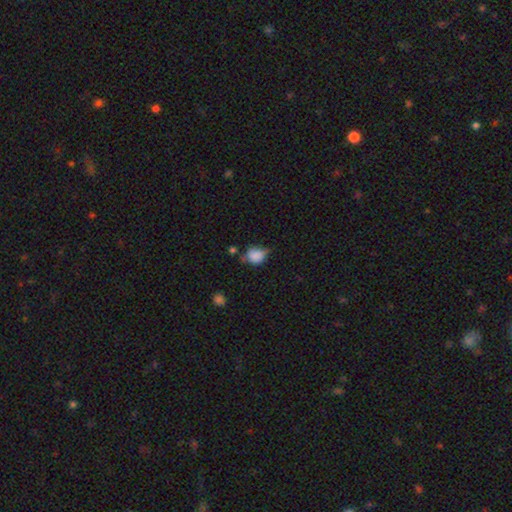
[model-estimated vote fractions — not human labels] A smooth galaxy with no disk features (81%) that is round (63%). Merging: none (42%).